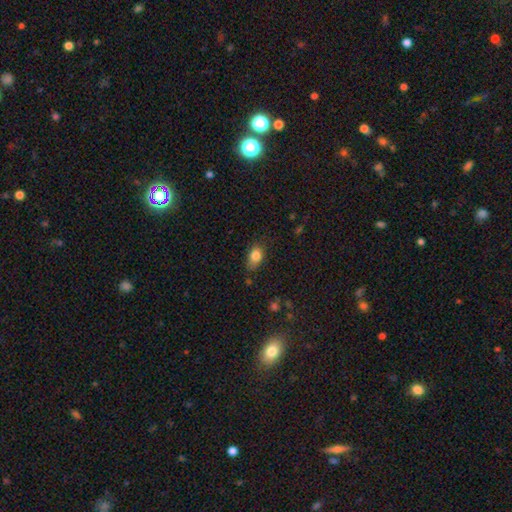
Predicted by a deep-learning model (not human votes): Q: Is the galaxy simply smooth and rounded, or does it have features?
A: smooth — 82%.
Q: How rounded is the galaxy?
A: in between — 80%.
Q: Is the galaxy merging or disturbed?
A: none — 67%.